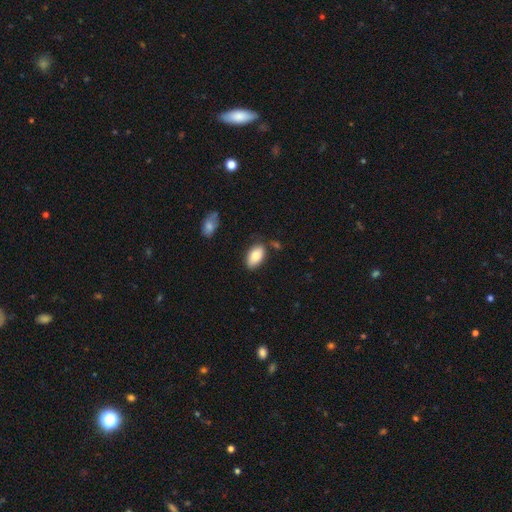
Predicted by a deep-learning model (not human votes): This appears to be a smooth galaxy with no disk features (85%) that is in between round and cigar-shaped (94%). Merging: none (76%).